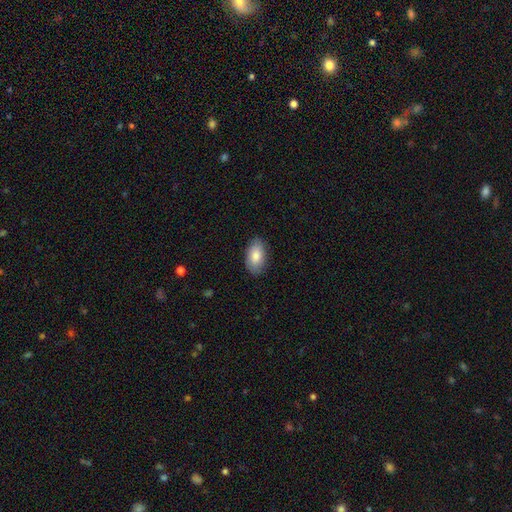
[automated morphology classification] Smooth or featured? smooth (83%)
How rounded? in between (94%)
Merging? none (86%)